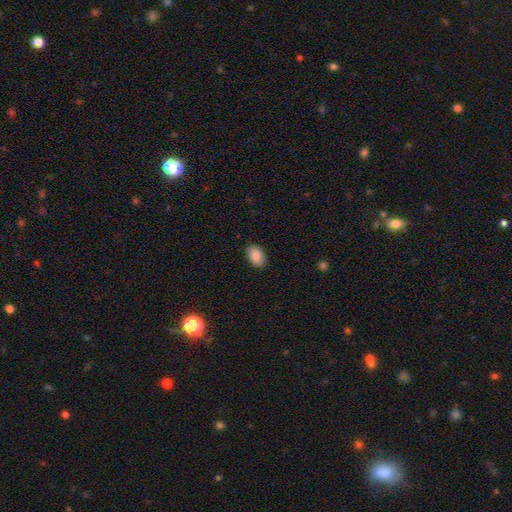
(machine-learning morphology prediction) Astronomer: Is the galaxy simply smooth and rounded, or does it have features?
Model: smooth — 88%.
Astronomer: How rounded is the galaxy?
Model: in between — 87%.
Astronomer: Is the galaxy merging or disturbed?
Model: none — 86%.